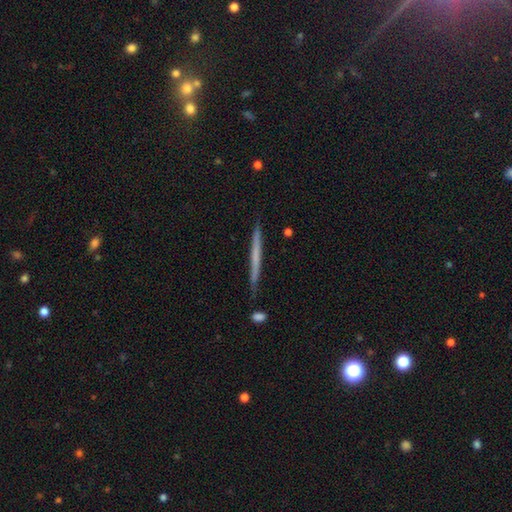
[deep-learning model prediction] Q: Smooth or featured?
A: featured or disk (48%); runner-up: smooth (46%)
Q: Merging?
A: none (88%); runner-up: minor disturbance (9%)